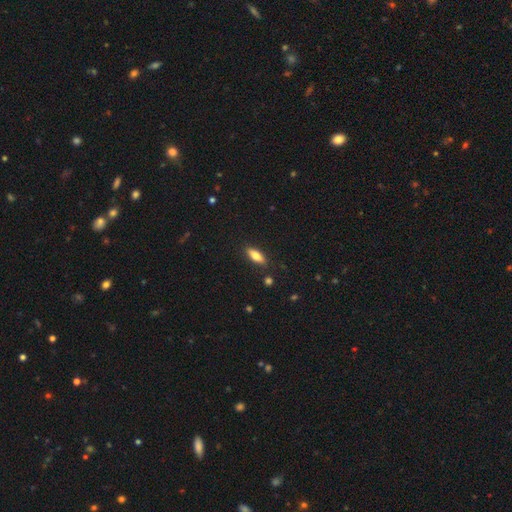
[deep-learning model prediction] This appears to be a smooth galaxy with no disk features (73%) that is in between round and cigar-shaped (67%). Merging: none (86%).